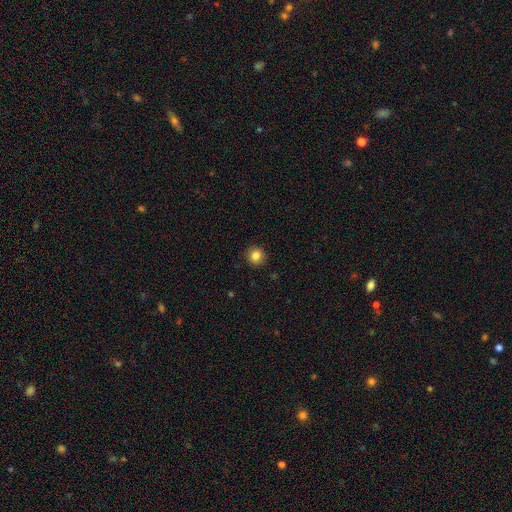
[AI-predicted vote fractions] smooth 84%, star or artifact 11%, featured or disk 5%. Down the decision tree: how rounded — round (92%); merging — none (91%).